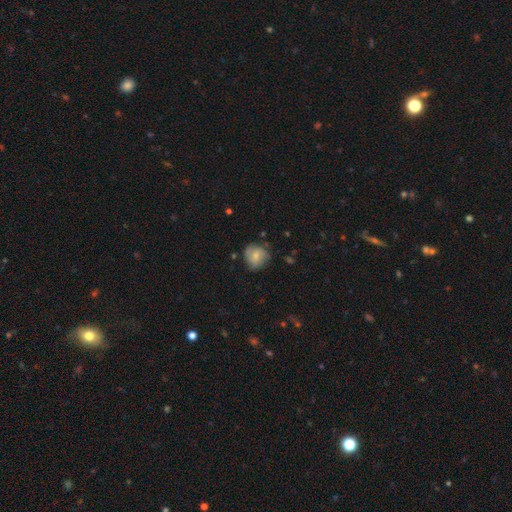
A smooth galaxy with no disk features (67%) that is round (88%).

Vote fractions:
- Smooth or featured? smooth: 67% / featured or disk: 31% / star or artifact: 3%
- How rounded? round: 88% / in between: 12% / cigar-shaped: 0%
- Merging? none: 47% / minor disturbance: 42% / major disturbance: 11% / merger: 0%